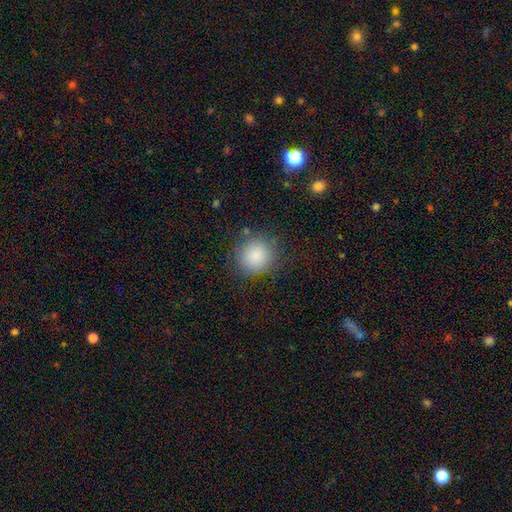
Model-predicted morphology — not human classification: Smooth or featured: smooth — 85% (star or artifact — 9%)
How rounded: round — 91% (in between — 8%)
Merging: none — 83% (minor disturbance — 11%)